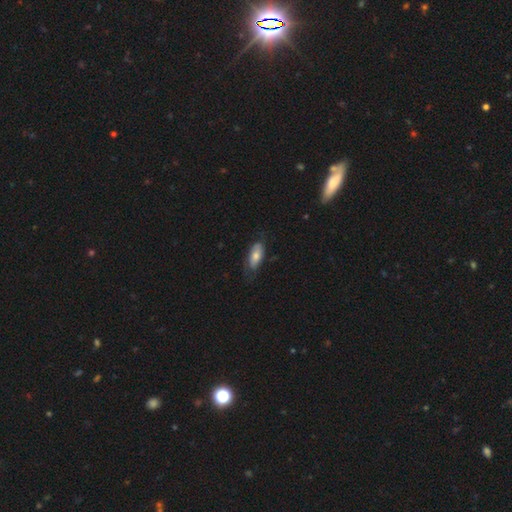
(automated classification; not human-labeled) smooth-or-featured: smooth: 58% | featured or disk: 35% | star or artifact: 7%
  how-rounded: in between: 80% | cigar-shaped: 17% | round: 3%
  merging: none: 66% | minor disturbance: 24% | major disturbance: 9% | merger: 1%